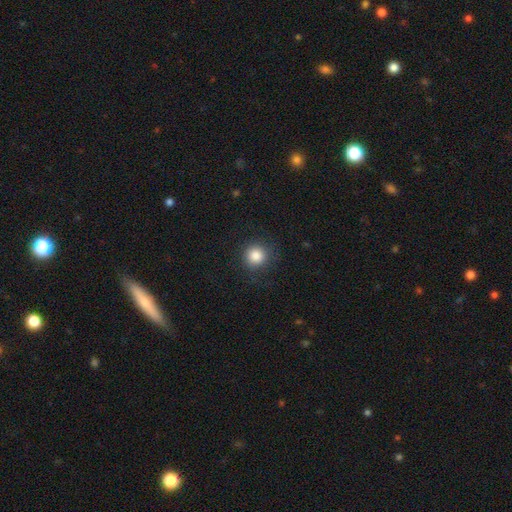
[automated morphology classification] Smooth or featured?
  - smooth: 85% *
  - star or artifact: 10%
  - featured or disk: 5%
How rounded?
  - round: 93% *
  - in between: 6%
  - cigar-shaped: 1%
Merging?
  - none: 84% *
  - minor disturbance: 10%
  - major disturbance: 5%
  - merger: 1%